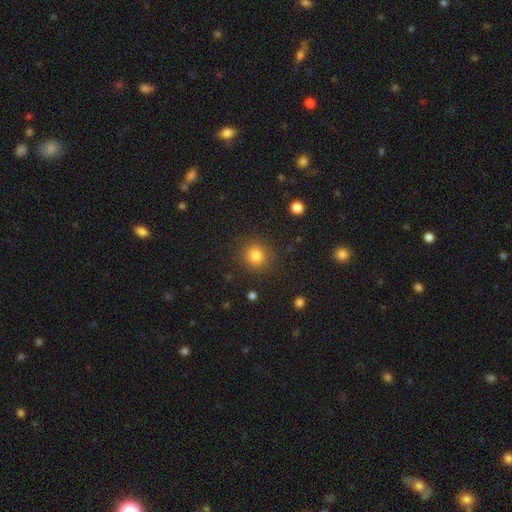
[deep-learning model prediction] smooth_or_featured: smooth (p=0.82) [alt: star or artifact p=0.12]
how_rounded: round (p=0.86) [alt: in between p=0.13]
merging: none (p=0.87) [alt: minor disturbance p=0.08]